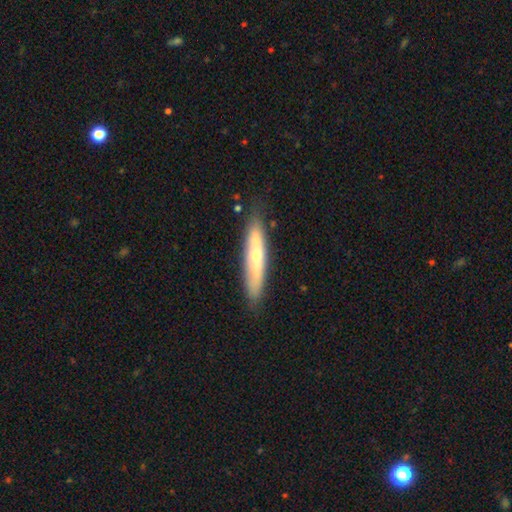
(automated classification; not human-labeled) Smooth or featured: featured or disk — 47% (smooth — 45%)
Merging: none — 85% (minor disturbance — 11%)